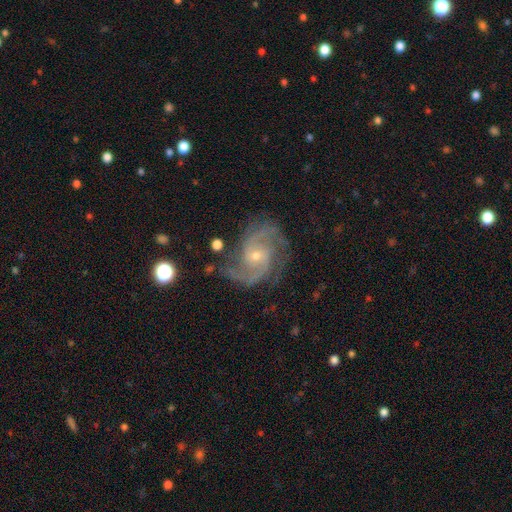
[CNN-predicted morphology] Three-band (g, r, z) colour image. It shows a featured or disk galaxy (91%) with no bar (59%), 2 (70%) medium (58%) spiral arms (98%) and a small central bulge (67%). Merging: none (73%).